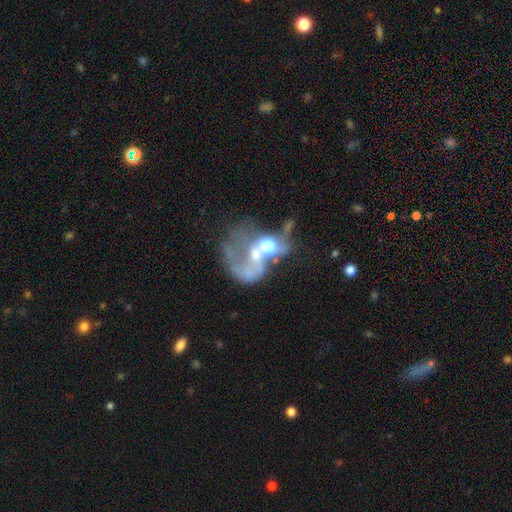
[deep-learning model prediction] Q: Smooth or featured?
A: featured or disk (59%); runner-up: smooth (30%)
Q: Edge-on disk?
A: no (97%); runner-up: yes (3%)
Q: Bar?
A: no (82%); runner-up: weak (14%)
Q: Spiral arms?
A: no (71%); runner-up: yes (29%)
Q: Bulge size?
A: moderate (47%); runner-up: large (27%)
Q: Merging?
A: merger (62%); runner-up: major disturbance (24%)